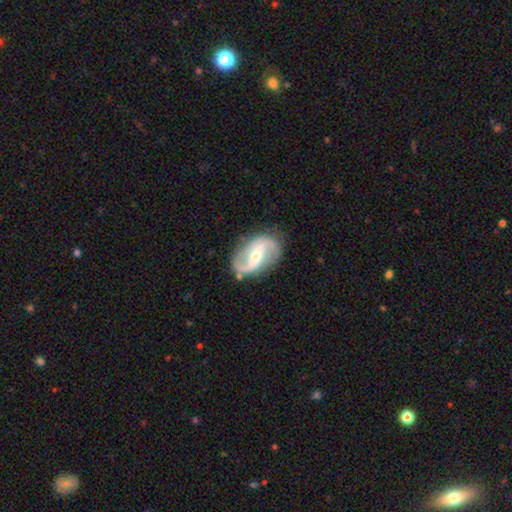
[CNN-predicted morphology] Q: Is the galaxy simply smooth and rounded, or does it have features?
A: featured or disk — 89%.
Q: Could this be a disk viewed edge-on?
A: no — 97%.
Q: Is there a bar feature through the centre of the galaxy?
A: strong — 40%.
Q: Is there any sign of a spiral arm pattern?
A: yes — 96%.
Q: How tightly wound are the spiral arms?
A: loose — 60%.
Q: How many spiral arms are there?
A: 2 — 94%.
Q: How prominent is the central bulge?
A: small — 57%.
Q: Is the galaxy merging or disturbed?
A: none — 84%.